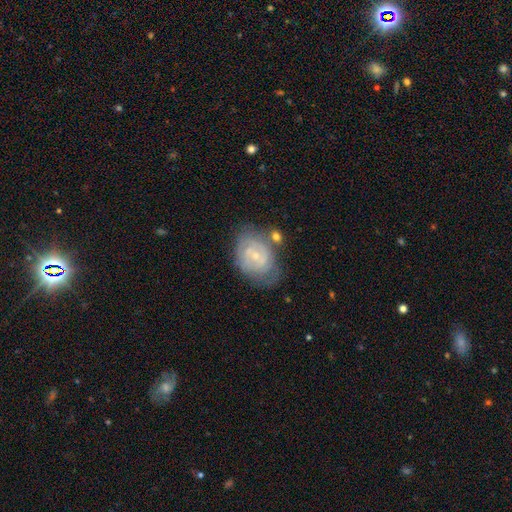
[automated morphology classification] Smooth or featured: featured or disk — 71% (smooth — 22%)
Edge-on disk: no — 97% (yes — 3%)
Bar: no — 57% (weak — 36%)
Spiral arms: yes — 79% (no — 21%)
Spiral winding: tight — 64% (medium — 27%)
Spiral arm count: can't tell — 46% (2 — 33%)
Bulge size: small — 75% (moderate — 20%)
Merging: none — 57% (minor disturbance — 24%)